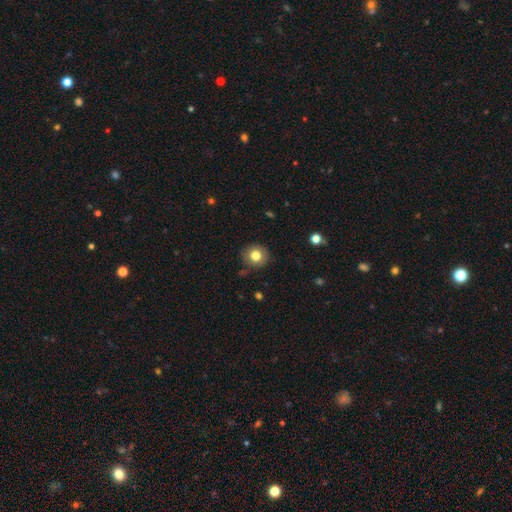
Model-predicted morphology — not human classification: Smooth or featured? Predicted: smooth (p=0.80). How rounded? Predicted: round (p=0.85). Merging? Predicted: none (p=0.84).